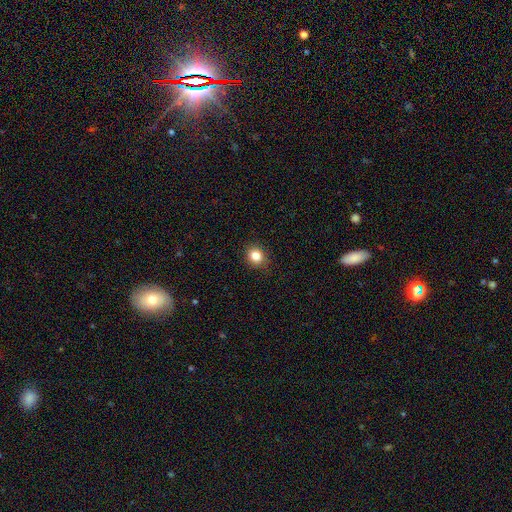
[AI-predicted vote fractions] Q: Smooth or featured?
A: smooth (82%); runner-up: star or artifact (12%)
Q: How rounded?
A: round (75%); runner-up: in between (24%)
Q: Merging?
A: none (88%); runner-up: minor disturbance (9%)